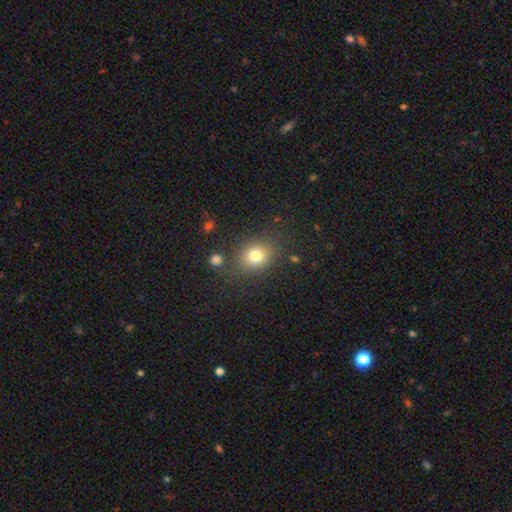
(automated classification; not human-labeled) A smooth galaxy with no disk features (78%) that is round (59%). Merging: none (79%).